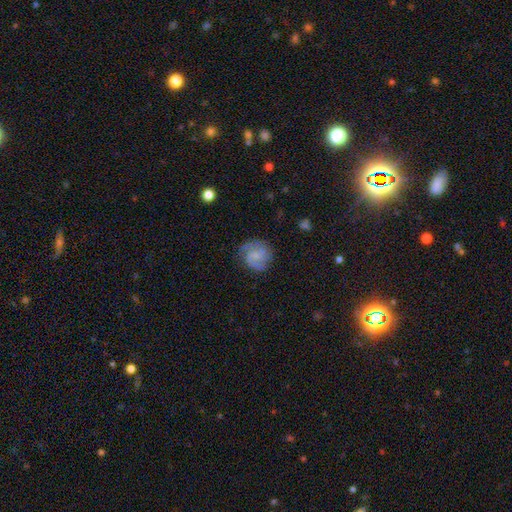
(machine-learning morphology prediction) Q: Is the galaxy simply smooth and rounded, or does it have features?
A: featured or disk — 61%.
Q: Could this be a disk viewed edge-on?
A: no — 98%.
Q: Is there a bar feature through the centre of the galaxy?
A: no — 58%.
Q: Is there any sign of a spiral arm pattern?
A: yes — 90%.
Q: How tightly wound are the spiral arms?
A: medium — 46%.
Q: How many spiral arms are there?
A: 2 — 62%.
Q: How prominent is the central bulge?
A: small — 57%.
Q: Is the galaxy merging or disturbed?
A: none — 68%.